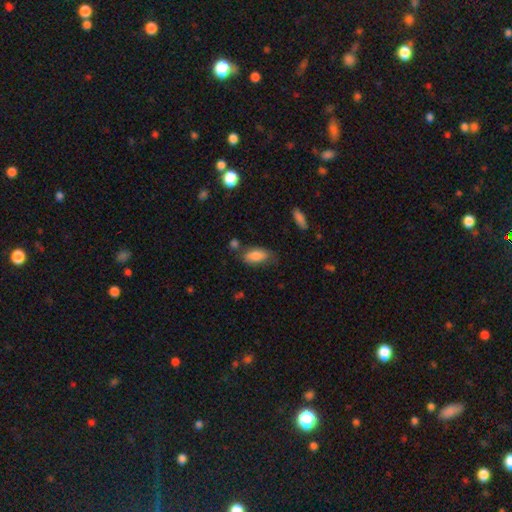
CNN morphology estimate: Smooth or featured? Predicted: smooth (p=0.82). How rounded? Predicted: in between (p=0.86). Merging? Predicted: none (p=0.62).